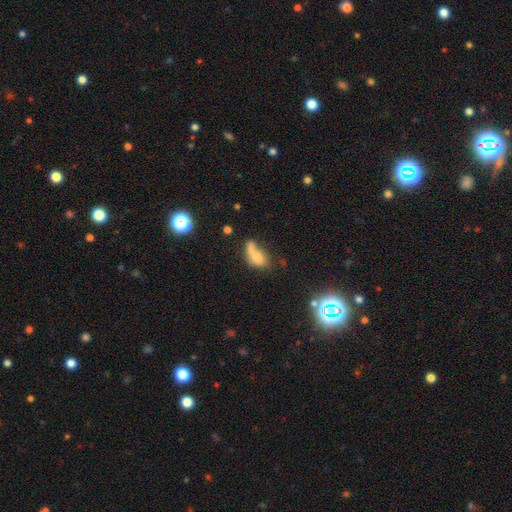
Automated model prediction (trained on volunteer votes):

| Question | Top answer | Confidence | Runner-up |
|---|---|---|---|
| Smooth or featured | smooth | 65% | featured or disk (22%) |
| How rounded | in between | 82% | round (10%) |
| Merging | merger | 37% | none (26%) |